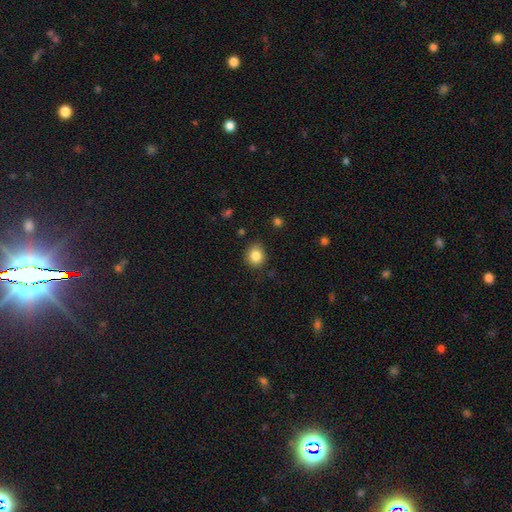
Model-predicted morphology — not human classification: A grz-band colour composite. It shows a smooth galaxy with no disk features (84%) that is round (79%). Merging: none (86%).